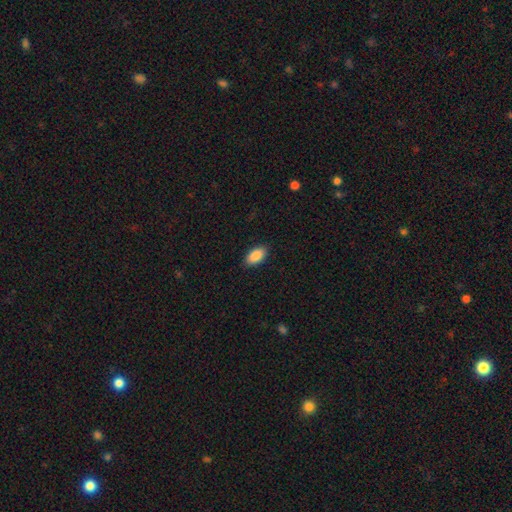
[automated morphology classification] smooth_or_featured: smooth (p=0.90) [alt: star or artifact p=0.06]
how_rounded: in between (p=0.94) [alt: round p=0.03]
merging: none (p=0.88) [alt: minor disturbance p=0.09]